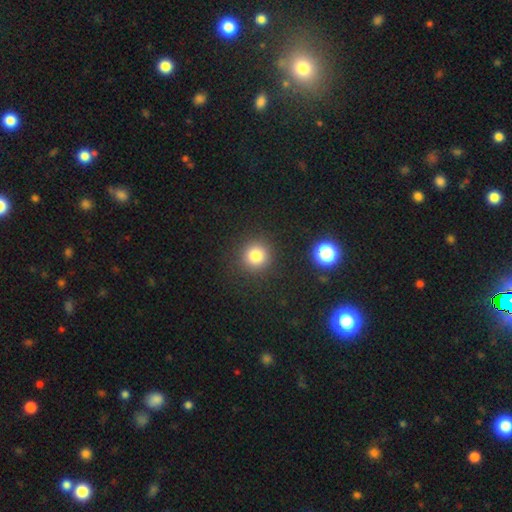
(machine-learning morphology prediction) Smooth or featured? smooth (81%)
How rounded? round (93%)
Merging? none (89%)